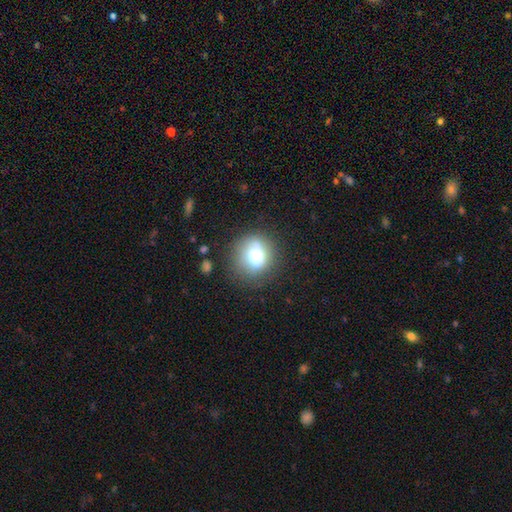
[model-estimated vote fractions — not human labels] smooth_or_featured: smooth (p=0.67) [alt: featured or disk p=0.21]
how_rounded: round (p=0.81) [alt: in between p=0.18]
merging: none (p=0.67) [alt: minor disturbance p=0.19]